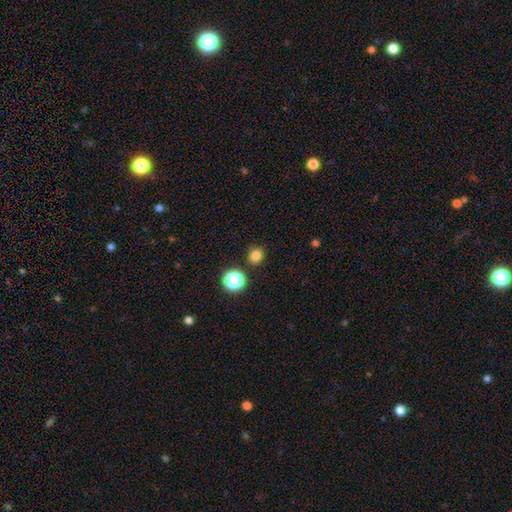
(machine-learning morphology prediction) This is likely a smooth galaxy (79%). How rounded: clearly round (84%). Merging: clearly none (86%).